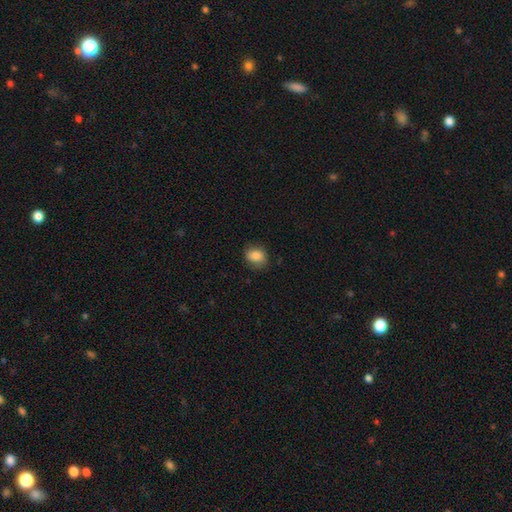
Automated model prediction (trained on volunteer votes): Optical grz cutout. It shows a smooth galaxy with no disk features (85%) that is in between round and cigar-shaped (55%). Merging: none (77%).